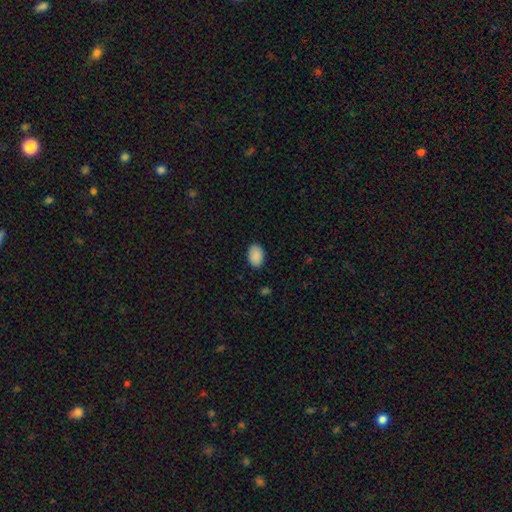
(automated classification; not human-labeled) smooth 90%, star or artifact 7%, featured or disk 3%. Down the decision tree: how rounded — in between (86%); merging — none (87%).